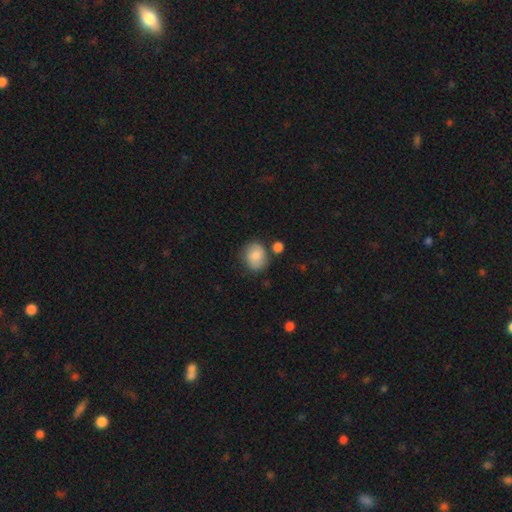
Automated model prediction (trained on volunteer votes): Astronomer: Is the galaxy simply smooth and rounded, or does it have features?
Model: smooth — 78%.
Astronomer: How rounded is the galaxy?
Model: round — 67%.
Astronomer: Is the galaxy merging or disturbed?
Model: none — 71%.